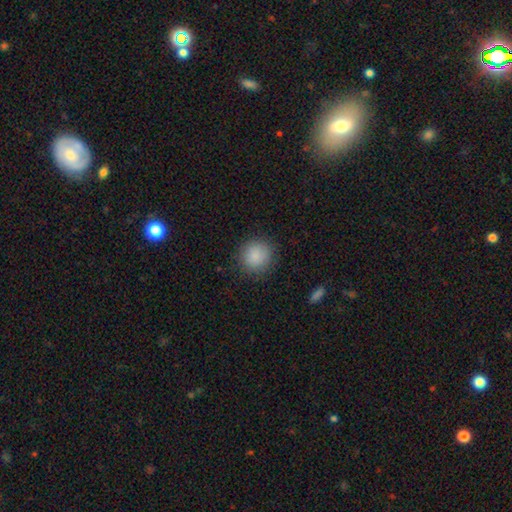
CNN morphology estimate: type=smooth (87%); roundness=round (92%); merging=none (87%).